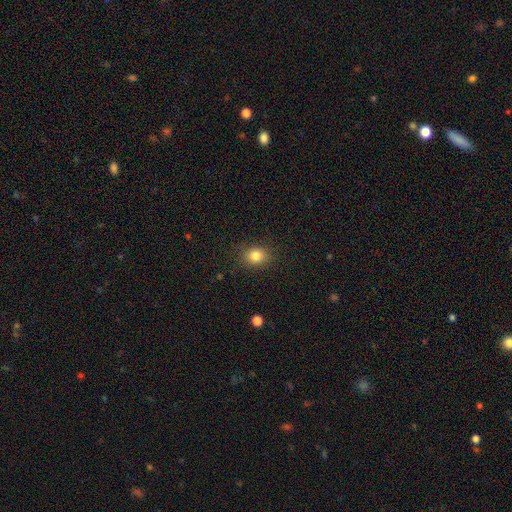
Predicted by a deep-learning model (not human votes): Overall: smooth (83%). How rounded: round (54%; in between 44%). Merging: none (87%).